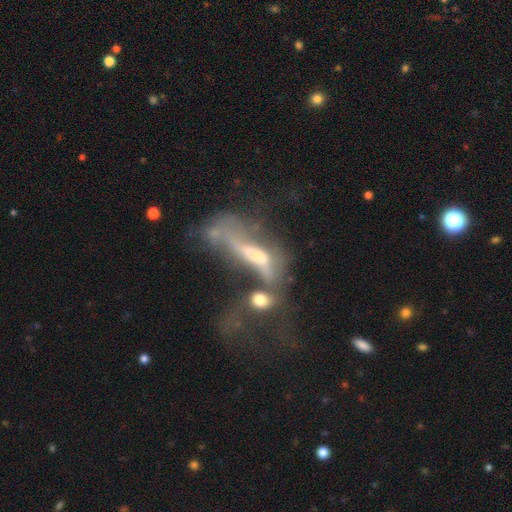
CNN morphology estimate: Smooth or featured: featured or disk — 55% (smooth — 33%)
Edge-on disk: no — 70% (yes — 30%)
Merging: merger — 53% (major disturbance — 27%)